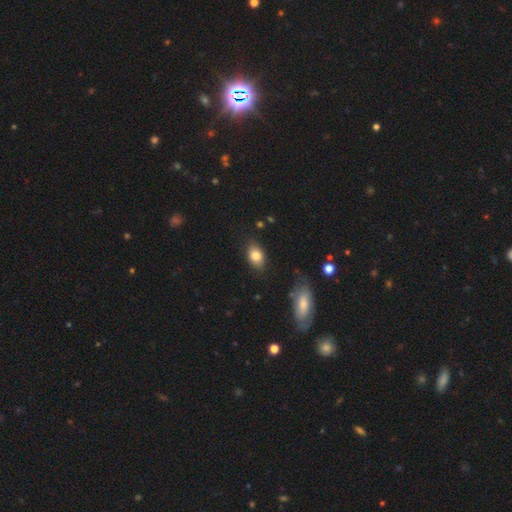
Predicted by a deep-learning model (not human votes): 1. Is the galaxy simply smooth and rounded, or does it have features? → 81% smooth, 11% featured or disk, 9% star or artifact.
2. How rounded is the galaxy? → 84% in between, 14% round, 2% cigar-shaped.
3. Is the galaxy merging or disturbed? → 82% none, 13% minor disturbance, 3% major disturbance, 2% merger.